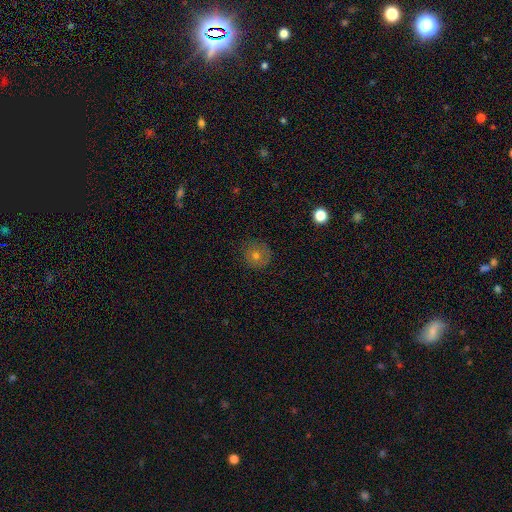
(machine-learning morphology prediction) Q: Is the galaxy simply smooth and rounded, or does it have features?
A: smooth — 68%.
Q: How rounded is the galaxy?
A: round — 92%.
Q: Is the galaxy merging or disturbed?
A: none — 84%.